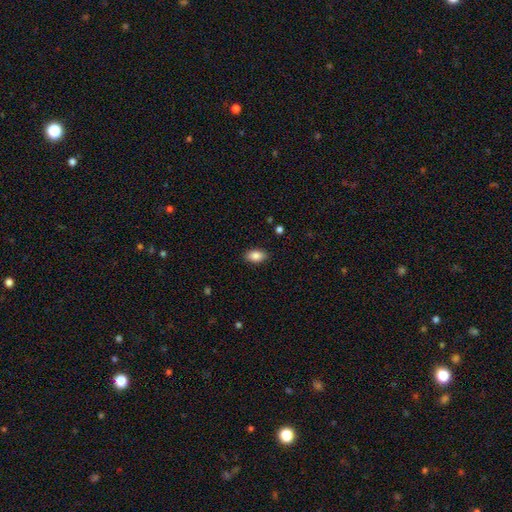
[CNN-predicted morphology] This appears to be a smooth galaxy with no disk features (86%) that is in between round and cigar-shaped (91%). Merging: none (88%).